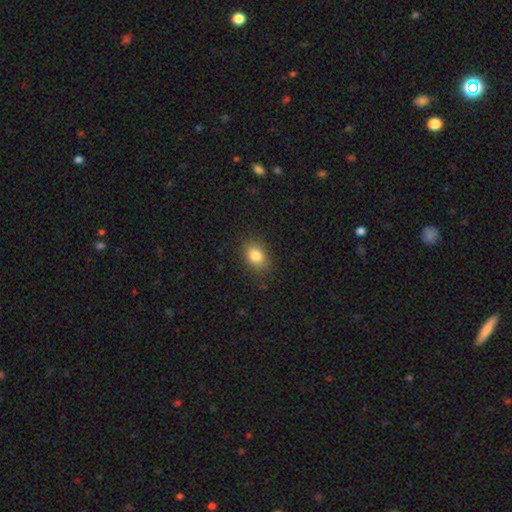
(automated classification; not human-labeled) The model was most divided on "how rounded": in between: 73%, round: 26%, cigar-shaped: 1%. More confident: merging — none (85%); smooth or featured — smooth (84%).